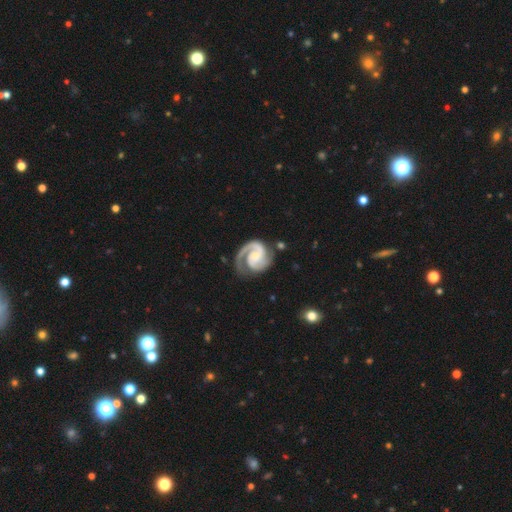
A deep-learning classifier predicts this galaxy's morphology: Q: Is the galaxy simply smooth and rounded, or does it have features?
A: featured or disk — 92%.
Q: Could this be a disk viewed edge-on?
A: no — 98%.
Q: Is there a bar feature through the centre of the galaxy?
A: no — 58%.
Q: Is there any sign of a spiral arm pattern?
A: yes — 98%.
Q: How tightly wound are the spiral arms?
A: tight — 48%.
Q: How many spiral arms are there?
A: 2 — 83%.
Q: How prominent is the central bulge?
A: small — 57%.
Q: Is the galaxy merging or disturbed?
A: none — 71%.